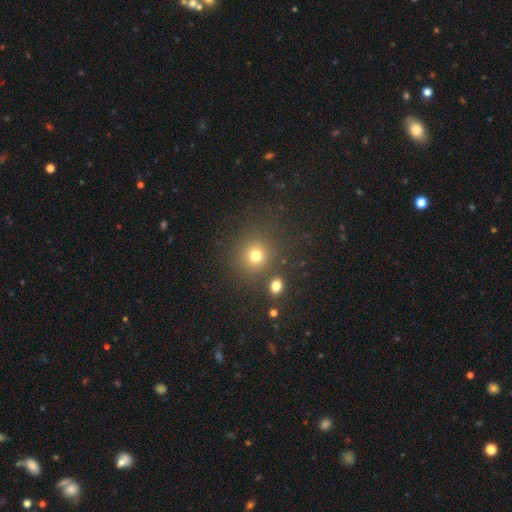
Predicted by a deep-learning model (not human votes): A smooth galaxy with no disk features (75%) that is round (87%).

Vote fractions:
- Smooth or featured? smooth: 75% / star or artifact: 17% / featured or disk: 8%
- How rounded? round: 87% / in between: 12% / cigar-shaped: 1%
- Merging? none: 80% / minor disturbance: 9% / merger: 7% / major disturbance: 4%